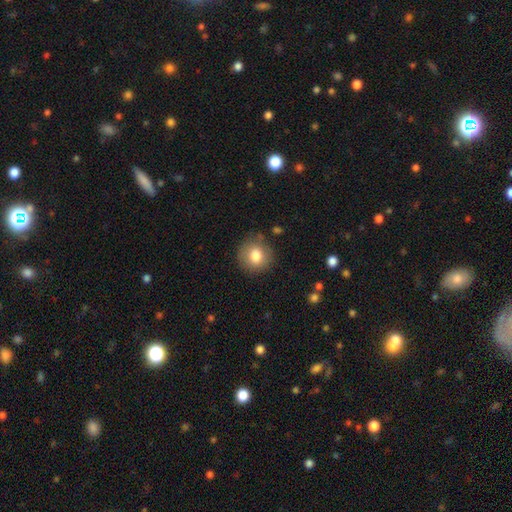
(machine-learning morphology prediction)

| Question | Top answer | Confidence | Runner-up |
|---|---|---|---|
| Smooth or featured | smooth | 79% | featured or disk (12%) |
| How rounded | round | 89% | in between (10%) |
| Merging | none | 85% | minor disturbance (10%) |